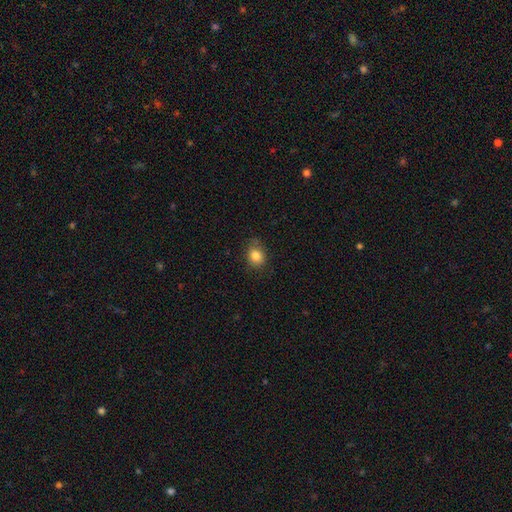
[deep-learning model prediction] smooth 82%, star or artifact 10%, featured or disk 7%. Down the decision tree: how rounded — round (53%); merging — none (72%).